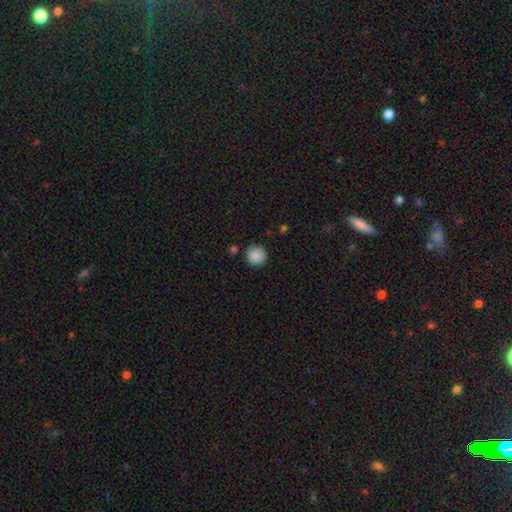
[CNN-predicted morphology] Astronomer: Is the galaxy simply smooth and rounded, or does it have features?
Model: smooth — 88%.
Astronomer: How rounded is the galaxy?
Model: round — 90%.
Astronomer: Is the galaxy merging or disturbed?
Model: none — 84%.